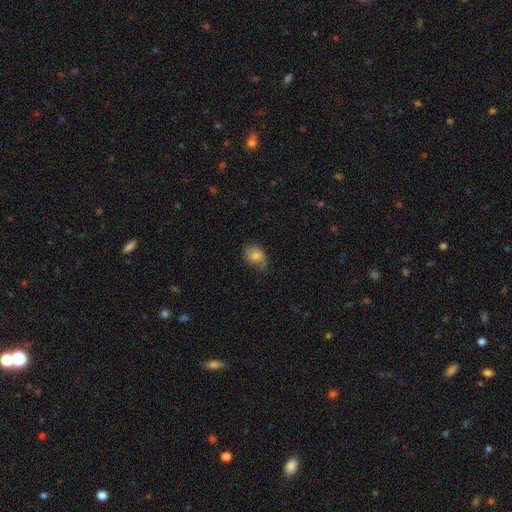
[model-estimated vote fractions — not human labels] This is likely a smooth galaxy (66%). How rounded: likely in between (69%). Merging: possibly none (49%).